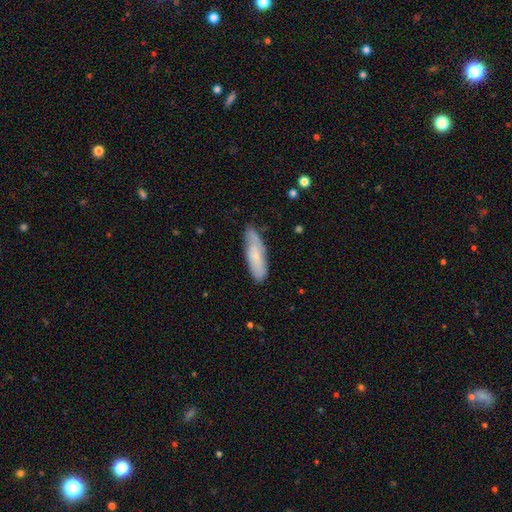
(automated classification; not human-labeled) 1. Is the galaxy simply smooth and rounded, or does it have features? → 64% smooth, 29% featured or disk, 7% star or artifact.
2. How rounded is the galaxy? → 53% cigar-shaped, 45% in between, 2% round.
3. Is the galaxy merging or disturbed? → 74% none, 20% minor disturbance, 4% major disturbance, 2% merger.